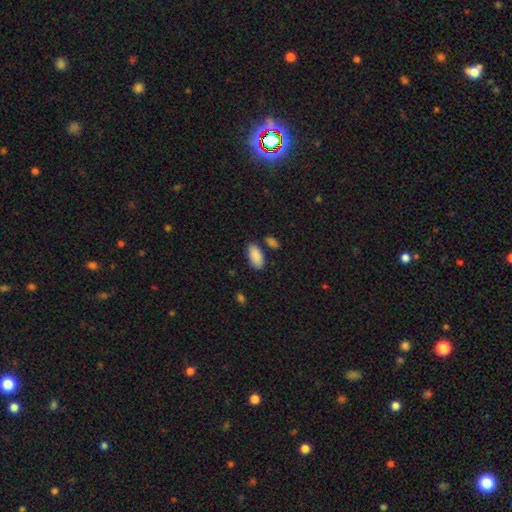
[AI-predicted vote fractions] The model was most divided on "merging": none: 77%, minor disturbance: 12%, merger: 8%, major disturbance: 3%. More confident: how rounded — in between (94%); smooth or featured — smooth (90%).